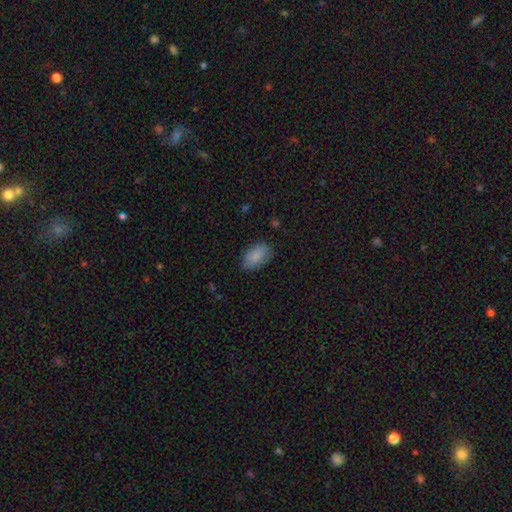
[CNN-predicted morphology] Smooth or featured? Predicted: smooth (p=0.87). How rounded? Predicted: in between (p=0.92). Merging? Predicted: none (p=0.82).